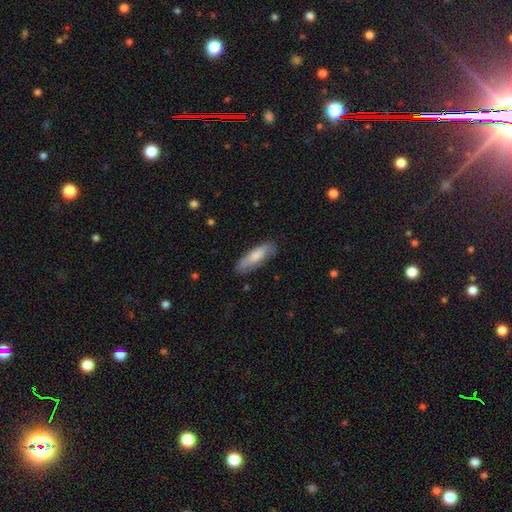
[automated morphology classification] The model was most divided on "how rounded": in between: 51%, cigar-shaped: 47%, round: 2%. More confident: merging — none (76%); smooth or featured — smooth (76%).